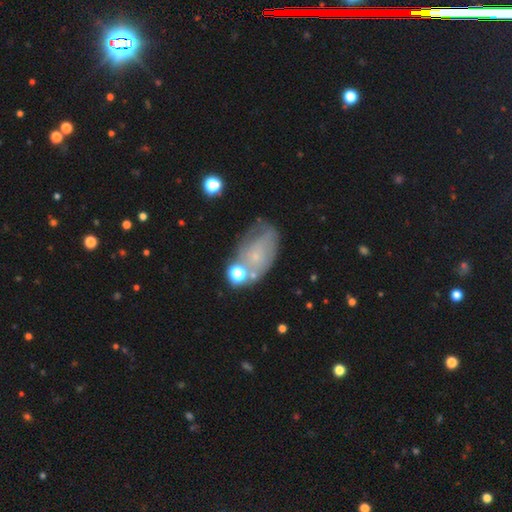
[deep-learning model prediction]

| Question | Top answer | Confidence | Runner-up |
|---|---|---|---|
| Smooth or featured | featured or disk | 45% | smooth (42%) |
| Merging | none | 47% | minor disturbance (27%) |